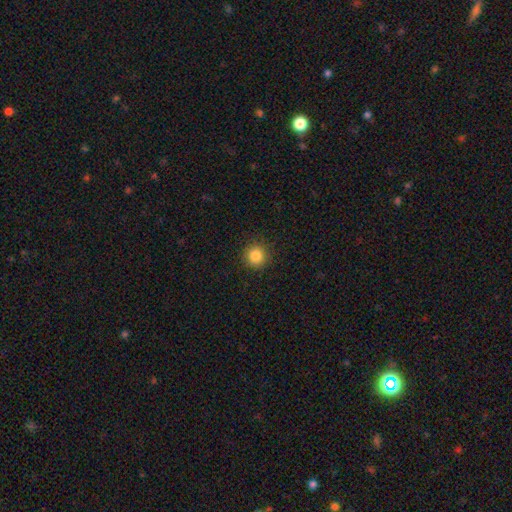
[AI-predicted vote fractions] smooth_or_featured: smooth (p=0.85) [alt: star or artifact p=0.11]
how_rounded: round (p=0.94) [alt: in between p=0.05]
merging: none (p=0.90) [alt: minor disturbance p=0.07]